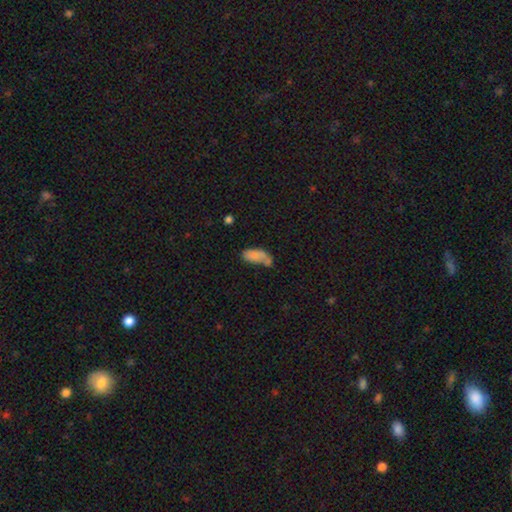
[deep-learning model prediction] This appears to be a smooth galaxy with no disk features (75%) that is in between round and cigar-shaped (87%). Merging: none (34%).